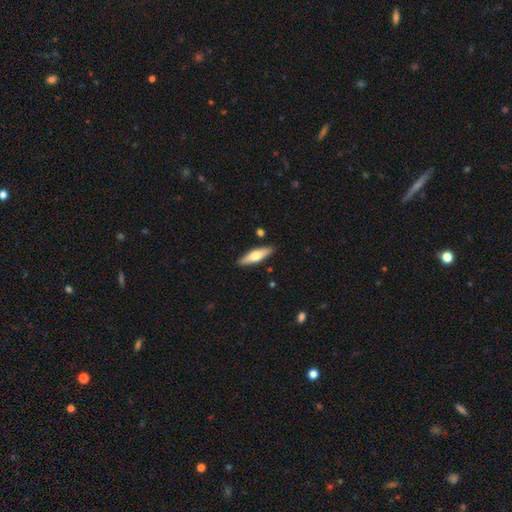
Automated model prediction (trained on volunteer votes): Morphology: type=smooth (56%); roundness=cigar-shaped (62%); merging=none (88%).